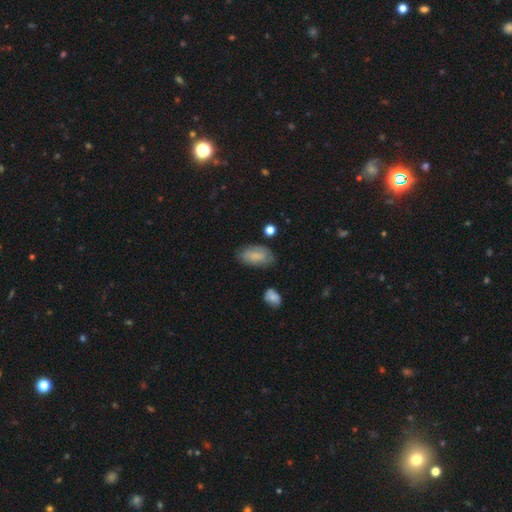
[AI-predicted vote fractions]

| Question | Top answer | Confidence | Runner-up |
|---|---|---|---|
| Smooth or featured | smooth | 77% | featured or disk (16%) |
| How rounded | in between | 93% | round (4%) |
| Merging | none | 72% | minor disturbance (20%) |